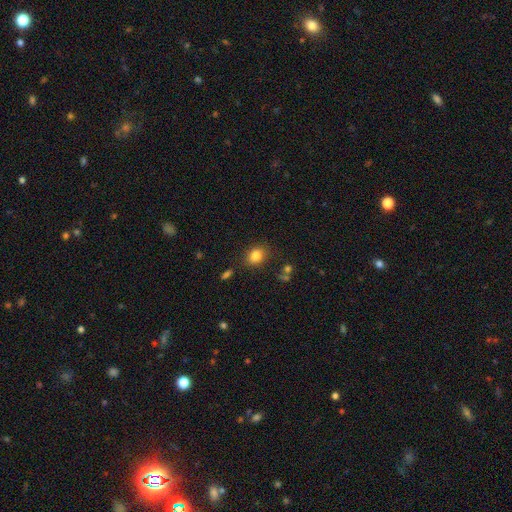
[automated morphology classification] Q: Smooth or featured?
A: smooth (83%); runner-up: star or artifact (11%)
Q: How rounded?
A: in between (59%); runner-up: round (39%)
Q: Merging?
A: none (80%); runner-up: minor disturbance (12%)